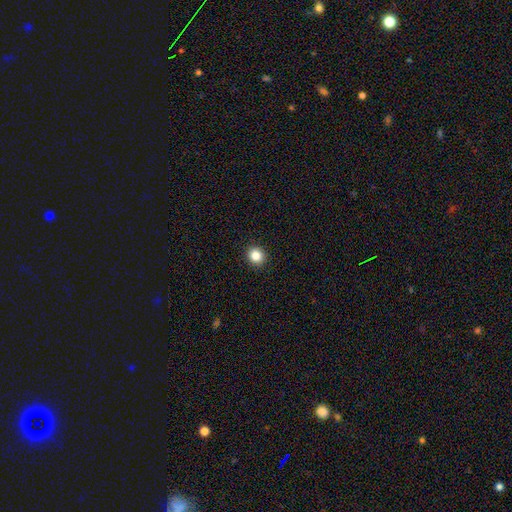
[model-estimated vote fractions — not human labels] Smooth or featured? Predicted: smooth (p=0.85). How rounded? Predicted: round (p=0.88). Merging? Predicted: none (p=0.93).